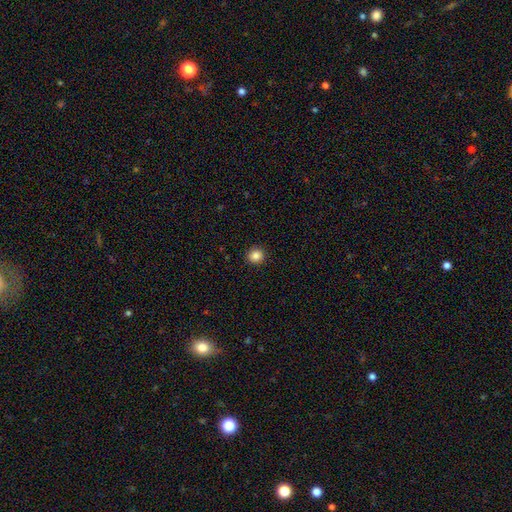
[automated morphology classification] A smooth galaxy with no disk features (85%) that is round (93%).

Vote fractions:
- Smooth or featured? smooth: 85% / star or artifact: 11% / featured or disk: 4%
- How rounded? round: 93% / in between: 6% / cigar-shaped: 1%
- Merging? none: 92% / minor disturbance: 5% / major disturbance: 2% / merger: 1%